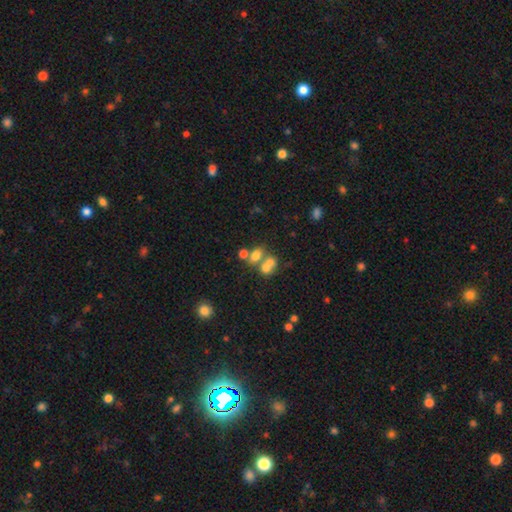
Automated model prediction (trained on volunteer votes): Q: Smooth or featured?
A: smooth (65%); runner-up: featured or disk (20%)
Q: How rounded?
A: in between (60%); runner-up: round (38%)
Q: Merging?
A: merger (57%); runner-up: none (29%)